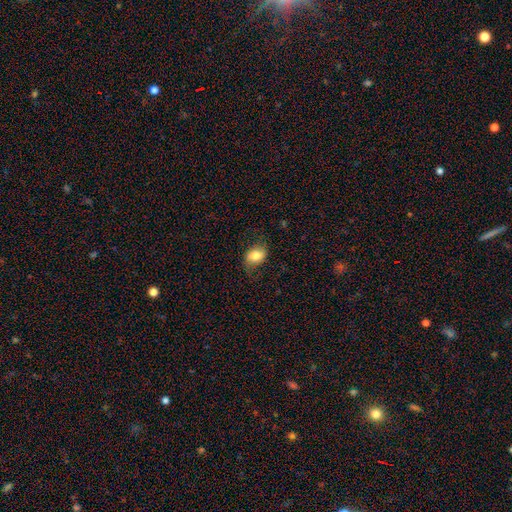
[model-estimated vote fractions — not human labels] A smooth galaxy with no disk features (74%) that is in between round and cigar-shaped (76%). Merging: none (70%).